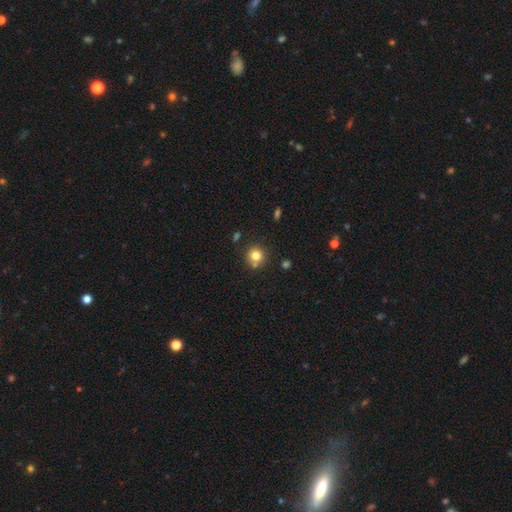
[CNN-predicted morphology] type=smooth (79%); roundness=round (92%); merging=none (74%).